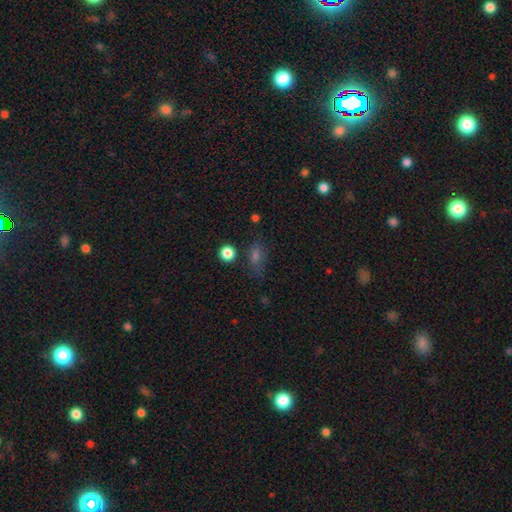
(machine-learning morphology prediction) This is possibly a smooth galaxy (58%). How rounded: likely in between (72%). Merging: likely none (66%).